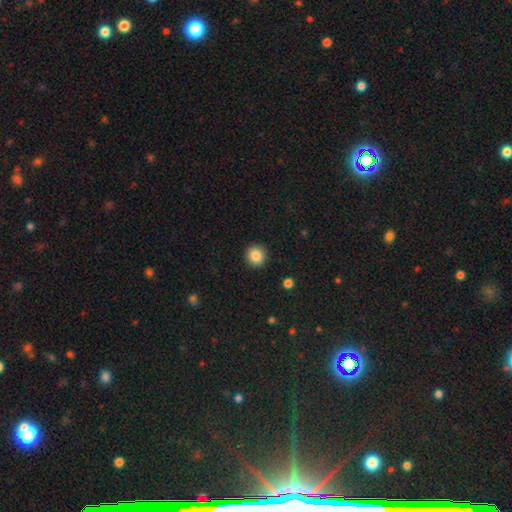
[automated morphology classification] The model was most divided on "smooth or featured": smooth: 87%, star or artifact: 9%, featured or disk: 4%. More confident: merging — none (92%); how rounded — round (91%).